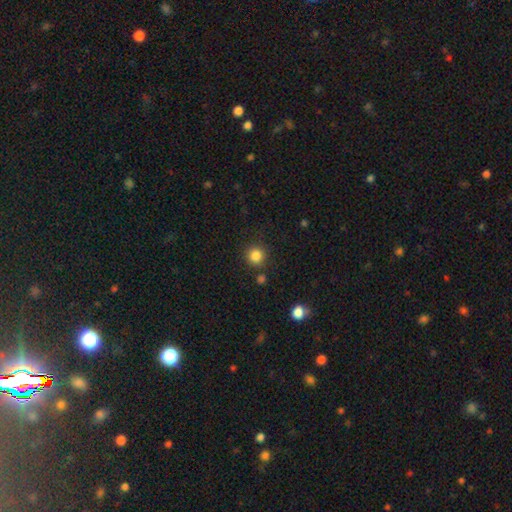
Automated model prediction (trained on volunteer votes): A smooth galaxy with no disk features (85%) that is round (93%). Merging: none (86%).